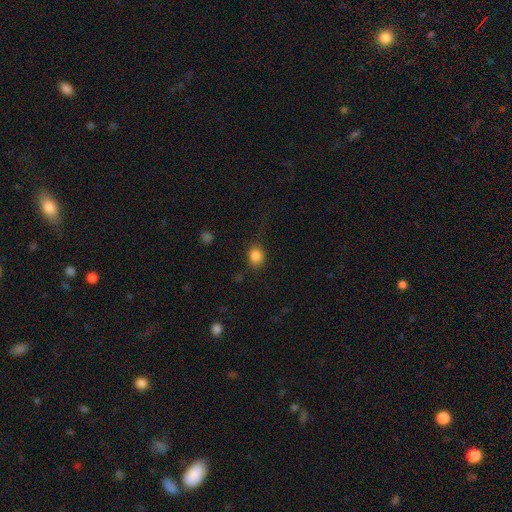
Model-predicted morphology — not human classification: smooth 84%, star or artifact 11%, featured or disk 5%. Down the decision tree: how rounded — round (65%); merging — none (78%).